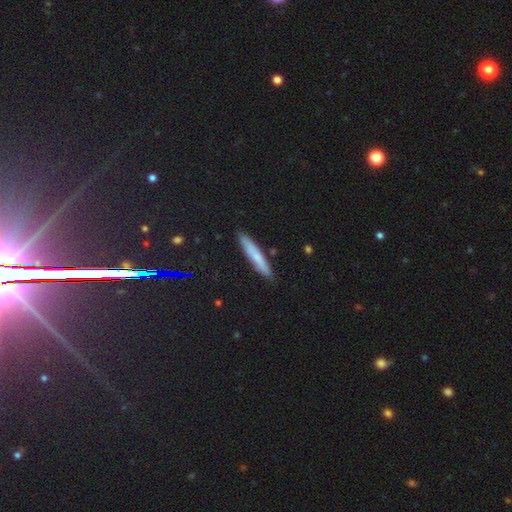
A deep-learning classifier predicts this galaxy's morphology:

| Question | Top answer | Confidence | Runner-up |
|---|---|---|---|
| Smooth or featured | smooth | 65% | featured or disk (25%) |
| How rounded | cigar-shaped | 92% | in between (6%) |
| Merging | none | 88% | minor disturbance (8%) |